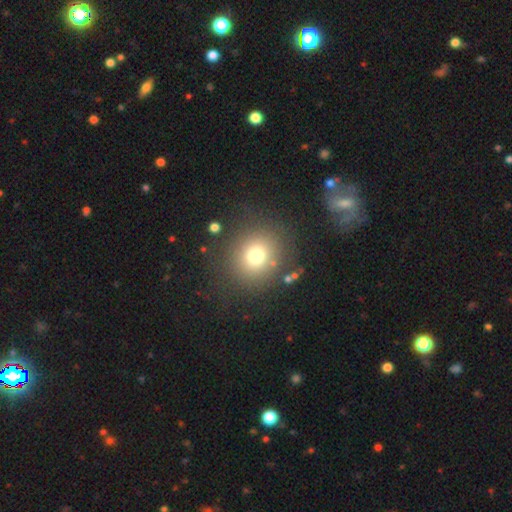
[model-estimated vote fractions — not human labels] smooth_or_featured: smooth (p=0.73) [alt: star or artifact p=0.16]
how_rounded: round (p=0.83) [alt: in between p=0.16]
merging: none (p=0.81) [alt: minor disturbance p=0.09]